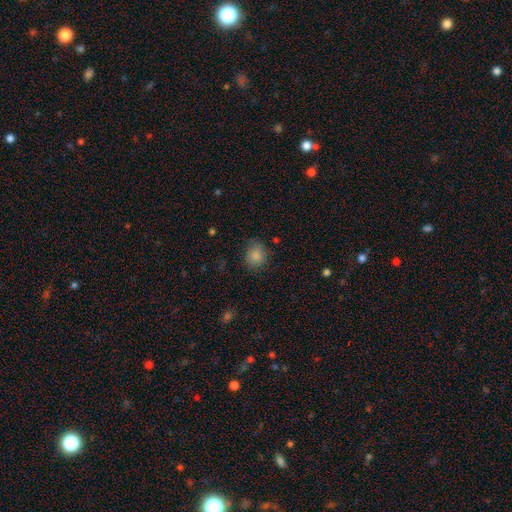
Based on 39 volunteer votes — A smooth galaxy with no disk features (85%) that is round (76%). Merging: none (69%).